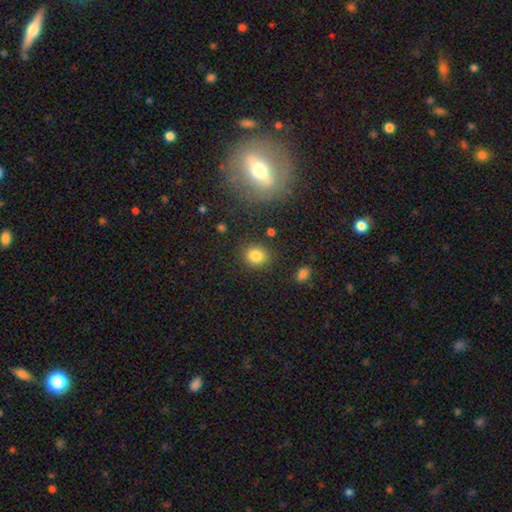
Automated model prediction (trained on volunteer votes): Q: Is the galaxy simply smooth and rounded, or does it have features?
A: smooth — 83%.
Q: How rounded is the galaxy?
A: round — 78%.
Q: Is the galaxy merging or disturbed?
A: none — 85%.